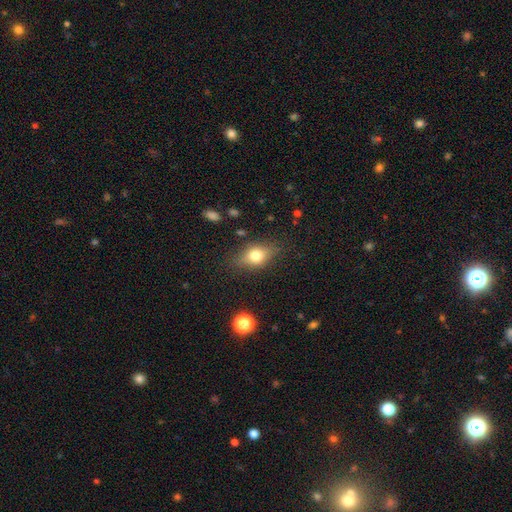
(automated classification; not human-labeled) A smooth galaxy with no disk features (69%) that is in between round and cigar-shaped (73%).

Vote fractions:
- Smooth or featured? smooth: 69% / featured or disk: 20% / star or artifact: 10%
- How rounded? in between: 73% / round: 21% / cigar-shaped: 6%
- Merging? none: 79% / minor disturbance: 15% / major disturbance: 5% / merger: 1%